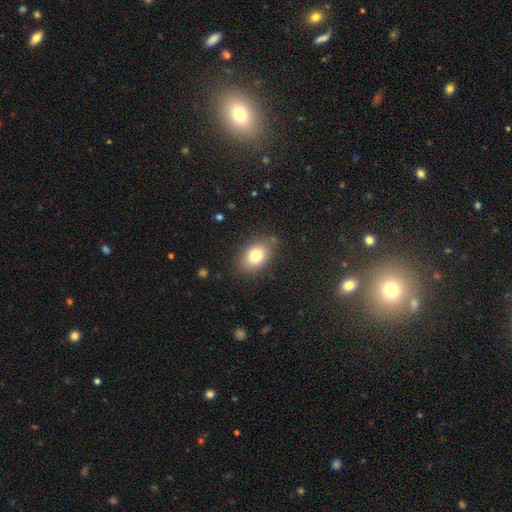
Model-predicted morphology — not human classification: Smooth or featured? smooth (78%)
How rounded? in between (80%)
Merging? none (82%)